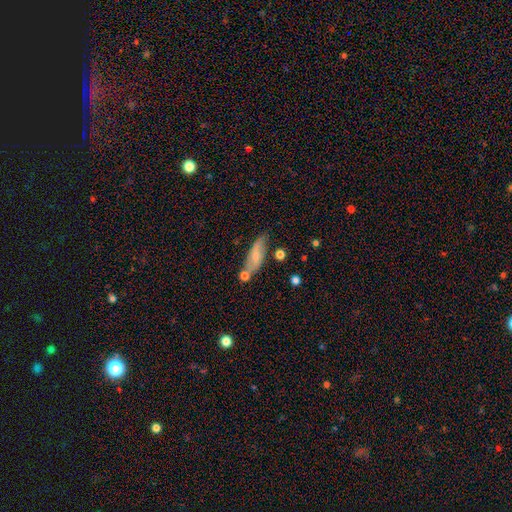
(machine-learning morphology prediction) A smooth galaxy with no disk features (54%) that is in between round and cigar-shaped (55%). Merging: none (62%).